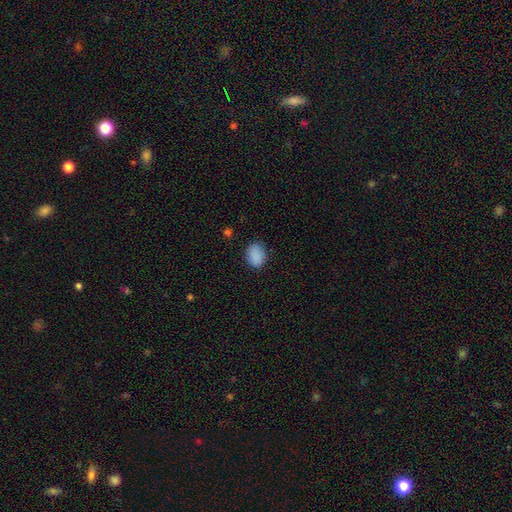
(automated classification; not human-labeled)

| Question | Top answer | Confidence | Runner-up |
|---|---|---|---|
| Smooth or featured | smooth | 88% | star or artifact (9%) |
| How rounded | in between | 70% | round (29%) |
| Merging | none | 81% | minor disturbance (15%) |